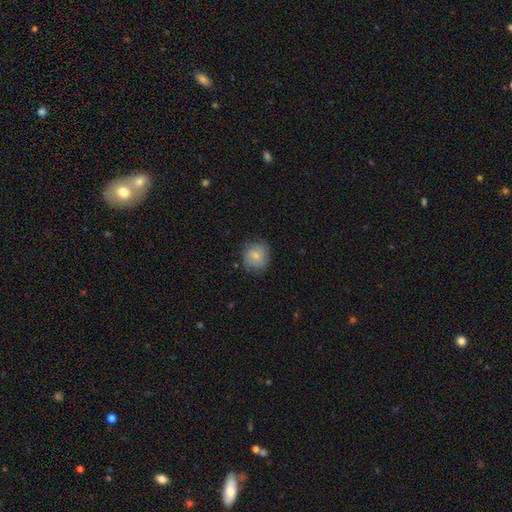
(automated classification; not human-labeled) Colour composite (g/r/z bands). It shows a smooth galaxy with no disk features (72%) that is round (84%). Merging: none (75%).